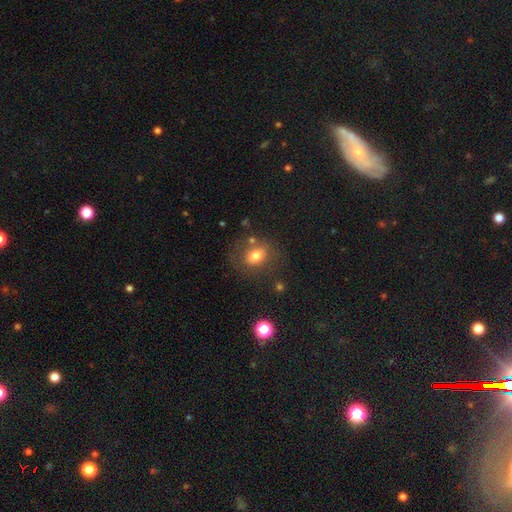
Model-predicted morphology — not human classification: Smooth or featured? smooth (73%)
How rounded? in between (56%)
Merging? none (70%)